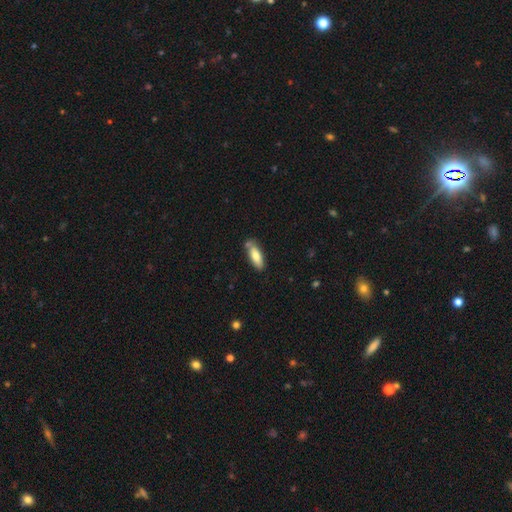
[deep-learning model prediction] Smooth or featured?
  - smooth: 79% *
  - featured or disk: 15%
  - star or artifact: 6%
How rounded?
  - in between: 67% *
  - cigar-shaped: 31%
  - round: 2%
Merging?
  - none: 69% *
  - minor disturbance: 18%
  - merger: 10%
  - major disturbance: 4%